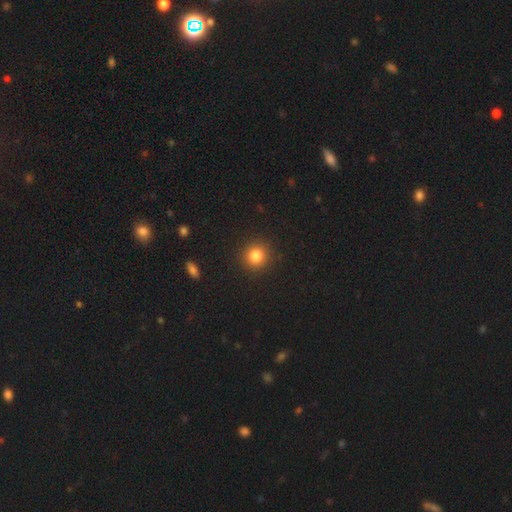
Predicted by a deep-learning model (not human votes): The model was most divided on "smooth or featured": smooth: 82%, star or artifact: 12%, featured or disk: 5%. More confident: how rounded — round (93%); merging — none (92%).